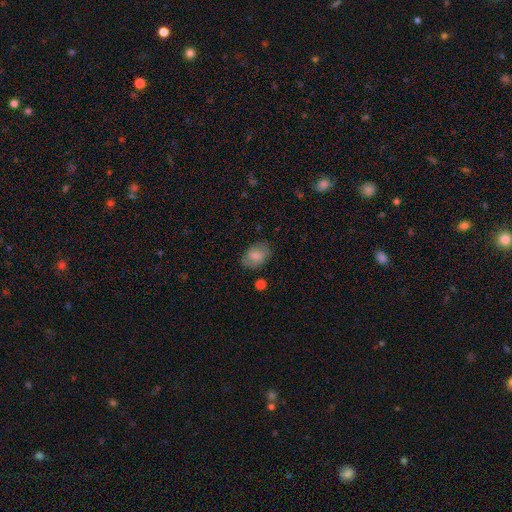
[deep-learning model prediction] smooth-or-featured: smooth: 75% | featured or disk: 17% | star or artifact: 8%
  how-rounded: in between: 80% | round: 18% | cigar-shaped: 1%
  merging: none: 75% | minor disturbance: 18% | major disturbance: 5% | merger: 2%